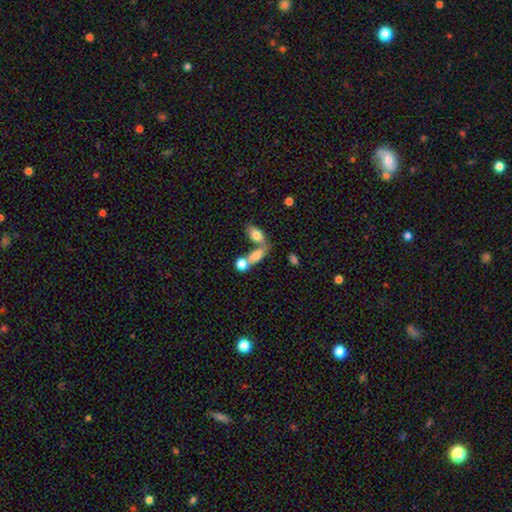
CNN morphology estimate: smooth-or-featured: smooth: 73% | featured or disk: 17% | star or artifact: 9%
  how-rounded: in between: 67% | cigar-shaped: 18% | round: 15%
  merging: merger: 52% | none: 32% | minor disturbance: 10% | major disturbance: 6%